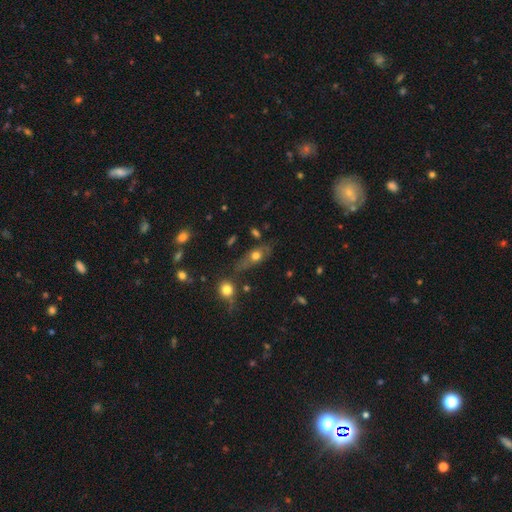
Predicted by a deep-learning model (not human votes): A smooth galaxy with no disk features (60%) that is in between round and cigar-shaped (68%).

Vote fractions:
- Smooth or featured? smooth: 60% / featured or disk: 30% / star or artifact: 10%
- How rounded? in between: 68% / round: 17% / cigar-shaped: 15%
- Merging? none: 54% / minor disturbance: 26% / major disturbance: 12% / merger: 8%